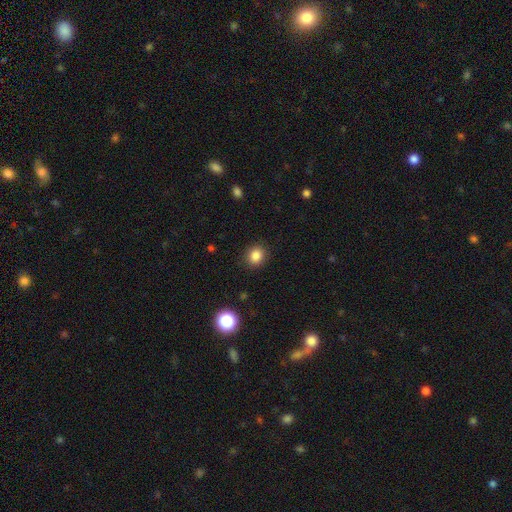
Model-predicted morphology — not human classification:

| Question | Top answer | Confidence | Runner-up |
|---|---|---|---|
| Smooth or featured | smooth | 85% | star or artifact (11%) |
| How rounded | round | 72% | in between (27%) |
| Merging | none | 90% | minor disturbance (7%) |